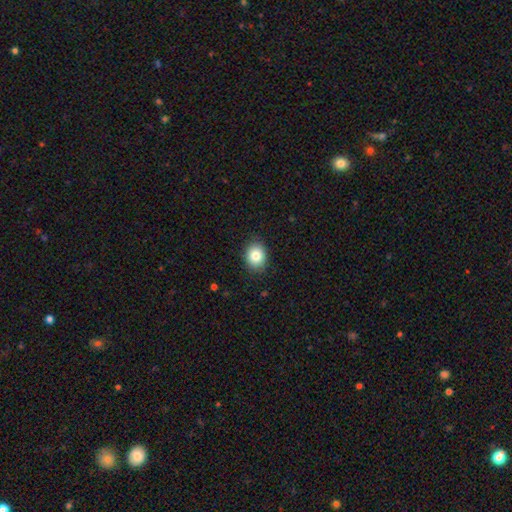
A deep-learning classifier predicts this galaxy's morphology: Smooth or featured?
  - smooth: 84% *
  - star or artifact: 9%
  - featured or disk: 7%
How rounded?
  - round: 52% *
  - in between: 47%
  - cigar-shaped: 1%
Merging?
  - none: 87% *
  - minor disturbance: 10%
  - major disturbance: 2%
  - merger: 1%